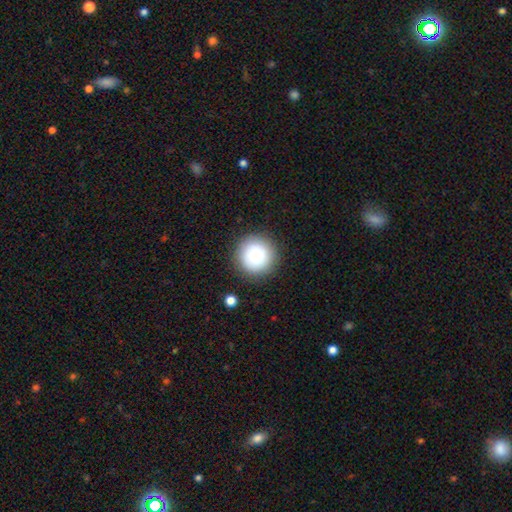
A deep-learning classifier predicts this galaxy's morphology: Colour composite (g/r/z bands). It shows a smooth galaxy with no disk features (75%) that is round (96%). Merging: none (89%).